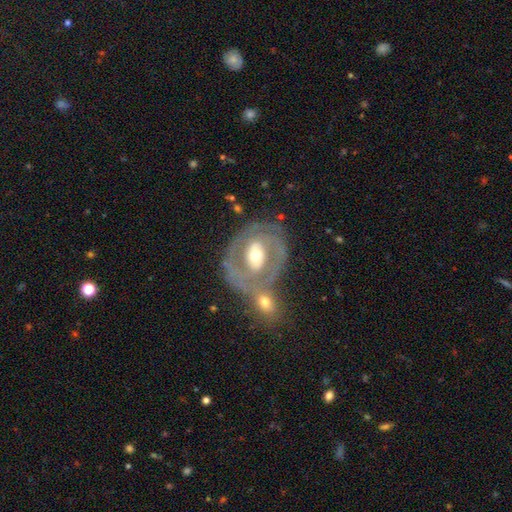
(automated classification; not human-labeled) The model was most divided on "bar": weak: 37%, no: 33%, strong: 30%. Remaining: edge-on disk — no (96%); smooth or featured — featured or disk (76%); bulge size — moderate (69%); spiral arms — yes (66%); merging — none (42%).